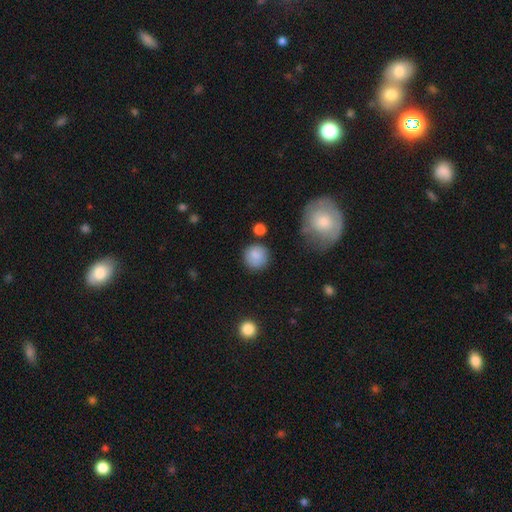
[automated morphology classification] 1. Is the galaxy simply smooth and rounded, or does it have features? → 84% smooth, 8% star or artifact, 8% featured or disk.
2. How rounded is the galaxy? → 92% round, 7% in between, 1% cigar-shaped.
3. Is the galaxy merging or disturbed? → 82% none, 11% minor disturbance, 3% merger, 3% major disturbance.